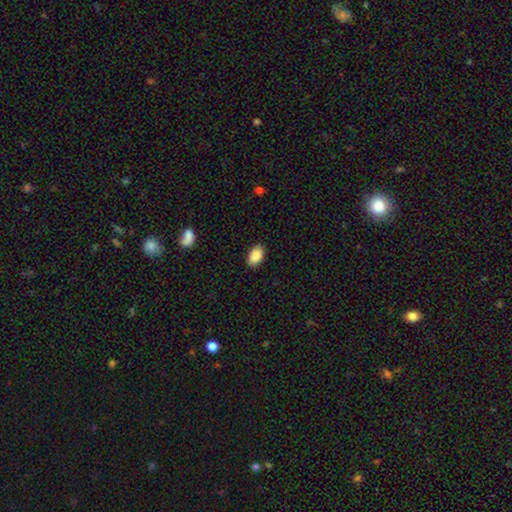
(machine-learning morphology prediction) Smooth or featured? Predicted: smooth (p=0.89). How rounded? Predicted: in between (p=0.92). Merging? Predicted: none (p=0.88).